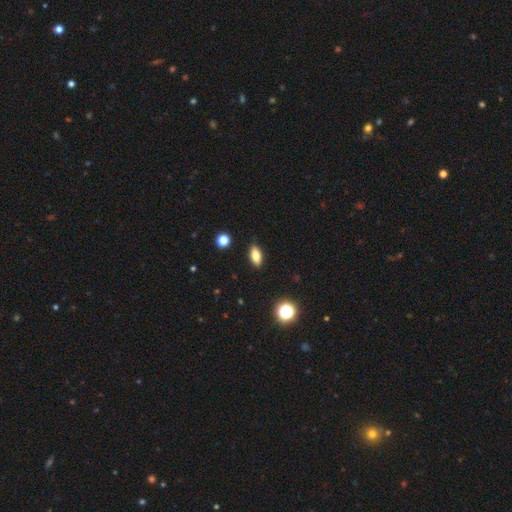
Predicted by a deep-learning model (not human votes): Morphology: type=smooth (76%); roundness=in between (82%); merging=none (88%).